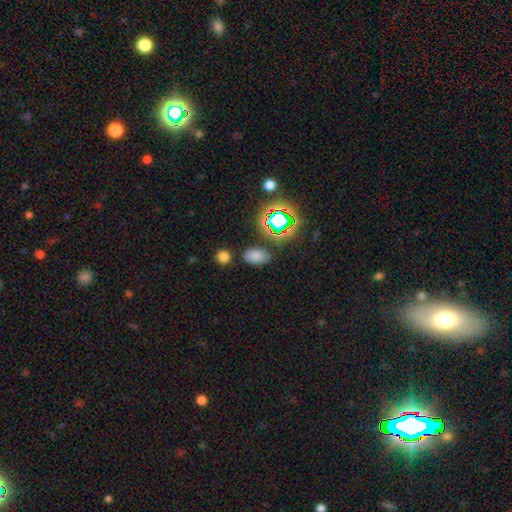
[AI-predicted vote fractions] smooth 71%, star or artifact 21%, featured or disk 7%. Down the decision tree: how rounded — in between (89%); merging — none (79%).